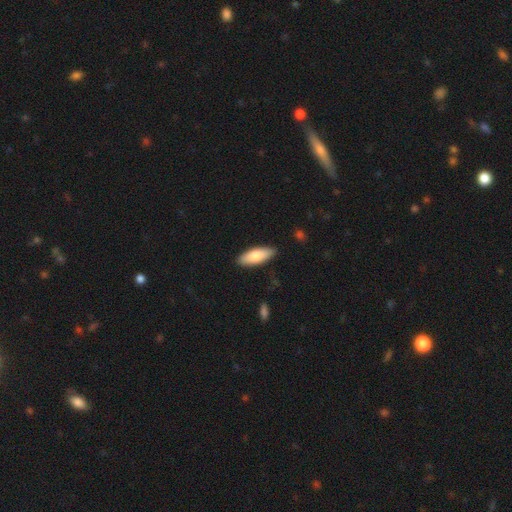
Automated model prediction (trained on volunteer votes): Smooth or featured?
  - smooth: 78% *
  - featured or disk: 17%
  - star or artifact: 5%
How rounded?
  - in between: 70% *
  - cigar-shaped: 28%
  - round: 2%
Merging?
  - none: 88% *
  - minor disturbance: 9%
  - major disturbance: 2%
  - merger: 1%